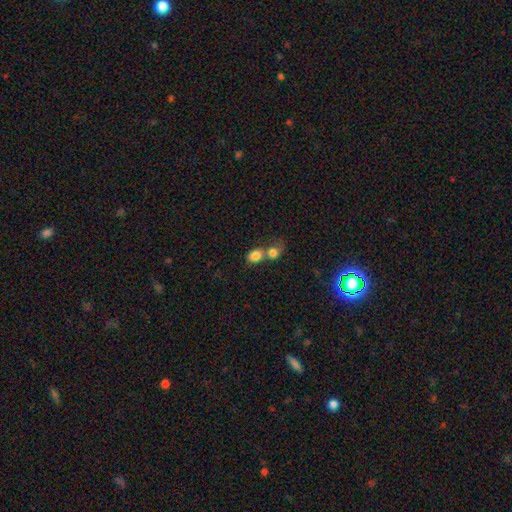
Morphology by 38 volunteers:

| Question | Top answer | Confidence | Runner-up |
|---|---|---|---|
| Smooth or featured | smooth | 84% | featured or disk (11%) |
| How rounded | round | 56% | in between (44%) |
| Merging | merger | 47% | none (44%) |